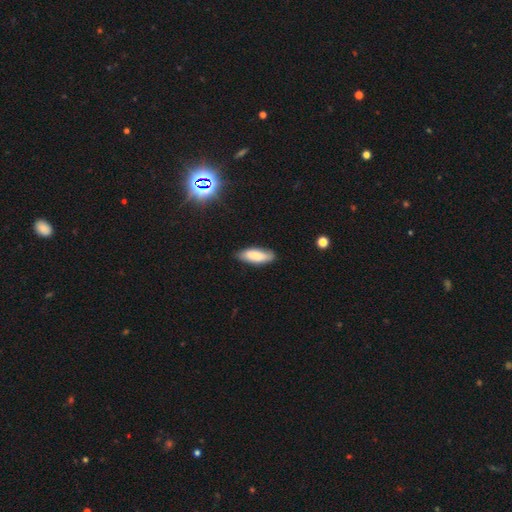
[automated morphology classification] Smooth or featured: smooth — 79% (featured or disk — 15%)
How rounded: in between — 70% (cigar-shaped — 28%)
Merging: none — 81% (minor disturbance — 15%)